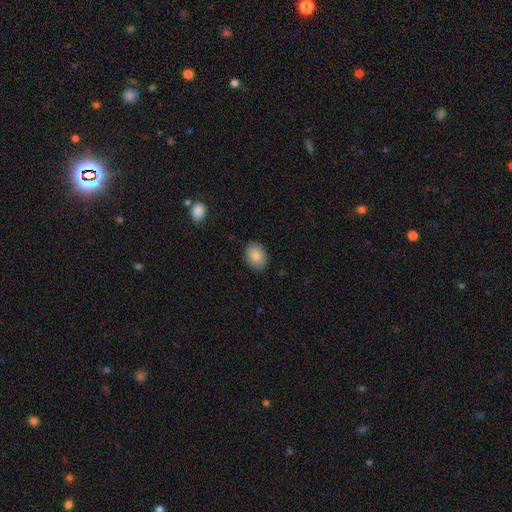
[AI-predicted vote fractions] smooth 87%, star or artifact 7%, featured or disk 6%. Down the decision tree: how rounded — in between (73%); merging — none (87%).